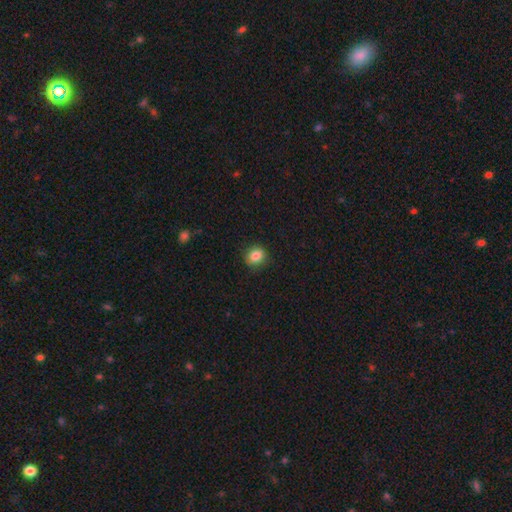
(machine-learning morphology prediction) Smooth or featured: smooth — 85% (star or artifact — 10%)
How rounded: round — 77% (in between — 22%)
Merging: none — 88% (minor disturbance — 9%)